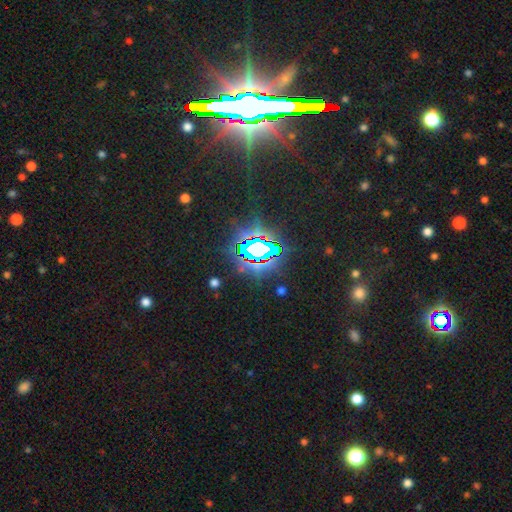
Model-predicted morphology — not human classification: Smooth or featured? Predicted: star or artifact (p=0.81).